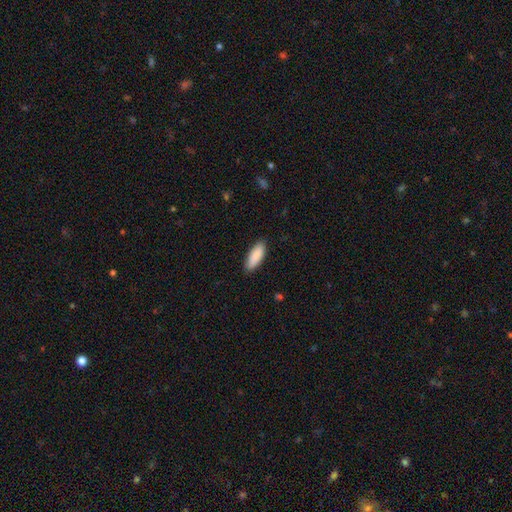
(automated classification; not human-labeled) smooth 90%, star or artifact 5%, featured or disk 5%. Down the decision tree: how rounded — in between (70%); merging — none (88%).